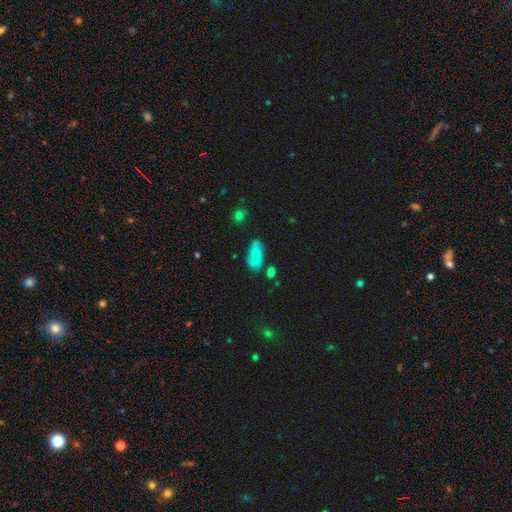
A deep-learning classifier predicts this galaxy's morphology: smooth-or-featured: smooth: 65% | featured or disk: 24% | star or artifact: 10%
  how-rounded: in between: 89% | cigar-shaped: 7% | round: 4%
  merging: none: 60% | minor disturbance: 24% | major disturbance: 9% | merger: 7%